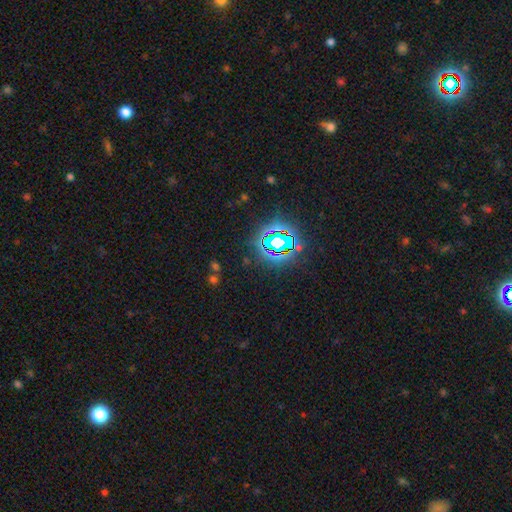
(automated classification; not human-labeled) A star or artifact, not a galaxy (80%).